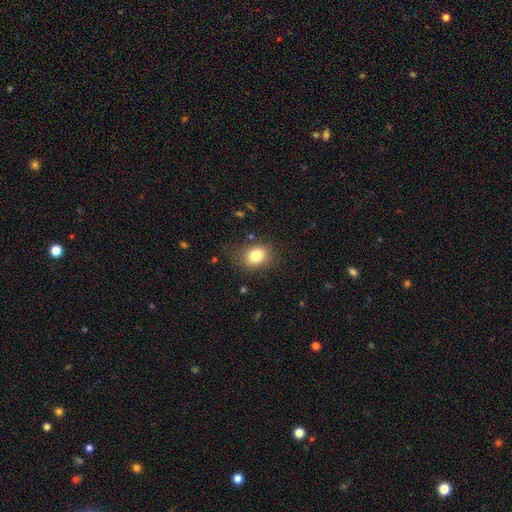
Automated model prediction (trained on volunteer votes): smooth 81%, star or artifact 11%, featured or disk 8%. Down the decision tree: how rounded — round (51%); merging — none (79%).